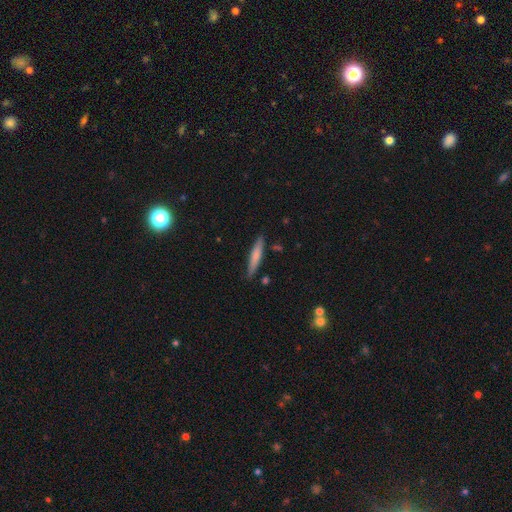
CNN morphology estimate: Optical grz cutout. It shows a smooth galaxy with no disk features (67%) that is cigar-shaped (91%). Merging: none (86%).